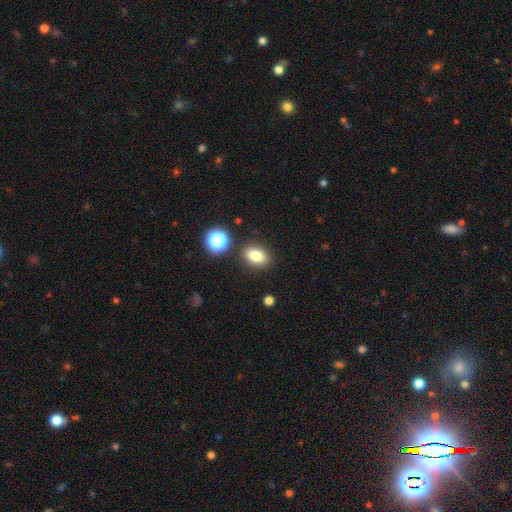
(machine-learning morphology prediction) smooth 80%, star or artifact 12%, featured or disk 8%. Down the decision tree: how rounded — in between (74%); merging — none (84%).